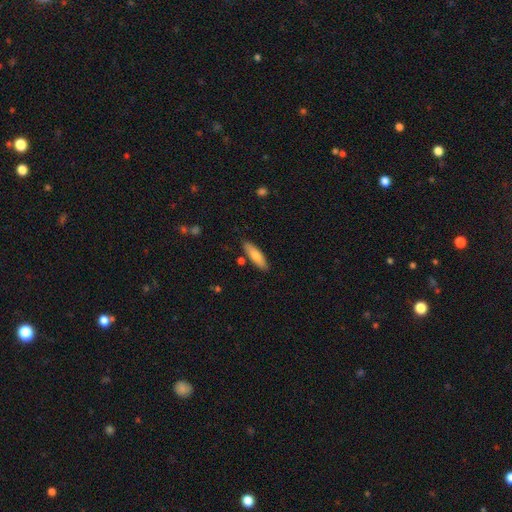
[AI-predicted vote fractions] Q: Smooth or featured?
A: smooth (75%); runner-up: featured or disk (19%)
Q: How rounded?
A: cigar-shaped (56%); runner-up: in between (42%)
Q: Merging?
A: none (84%); runner-up: minor disturbance (10%)